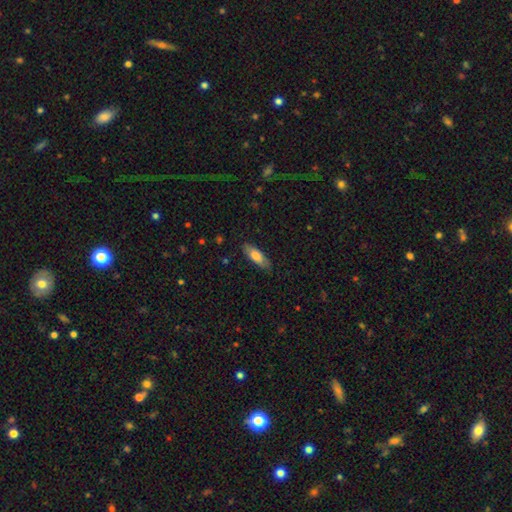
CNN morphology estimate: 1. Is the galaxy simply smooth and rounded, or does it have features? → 73% smooth, 21% featured or disk, 6% star or artifact.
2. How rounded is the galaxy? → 59% in between, 39% cigar-shaped, 2% round.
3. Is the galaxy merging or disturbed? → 84% none, 12% minor disturbance, 3% major disturbance, 1% merger.